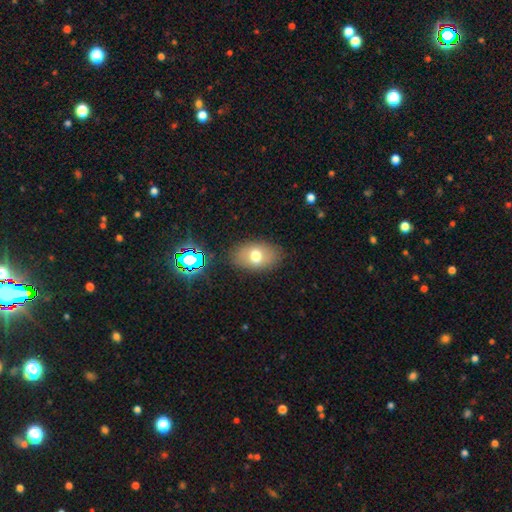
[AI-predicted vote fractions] smooth_or_featured: smooth (p=0.68) [alt: featured or disk p=0.20]
how_rounded: in between (p=0.85) [alt: round p=0.14]
merging: none (p=0.83) [alt: minor disturbance p=0.11]